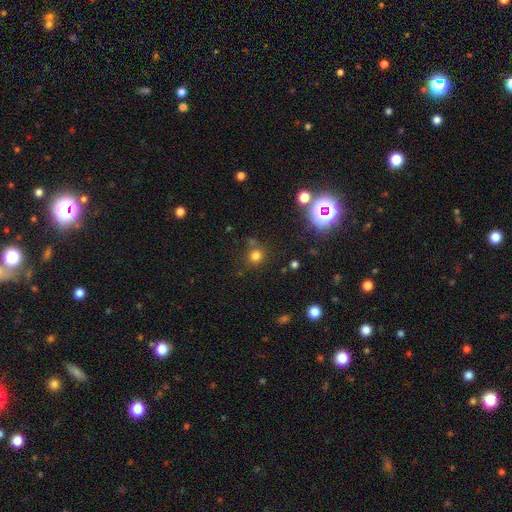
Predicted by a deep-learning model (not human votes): This is likely a smooth galaxy (74%). How rounded: clearly round (90%). Merging: likely none (75%).